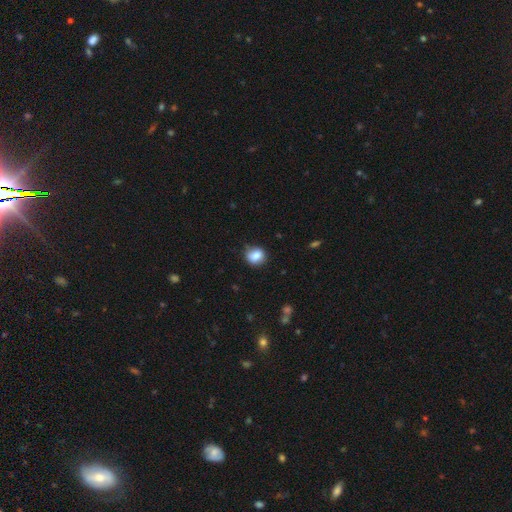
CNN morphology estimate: smooth_or_featured: smooth (p=0.83) [alt: star or artifact p=0.09]
how_rounded: round (p=0.62) [alt: in between p=0.37]
merging: none (p=0.75) [alt: minor disturbance p=0.19]